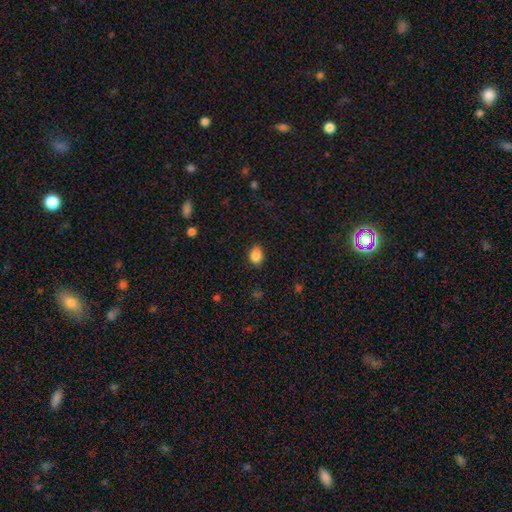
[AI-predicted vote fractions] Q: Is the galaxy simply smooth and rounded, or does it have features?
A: smooth — 86%.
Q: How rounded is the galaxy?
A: in between — 64%.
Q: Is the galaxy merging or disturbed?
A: none — 81%.